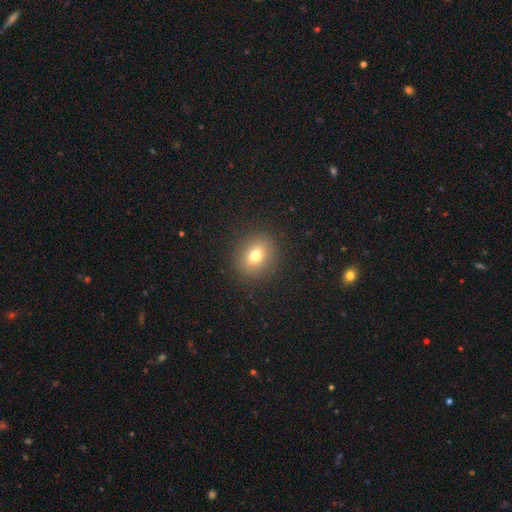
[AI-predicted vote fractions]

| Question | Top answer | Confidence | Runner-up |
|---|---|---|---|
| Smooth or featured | smooth | 74% | star or artifact (13%) |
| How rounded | round | 63% | in between (36%) |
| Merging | none | 90% | minor disturbance (7%) |